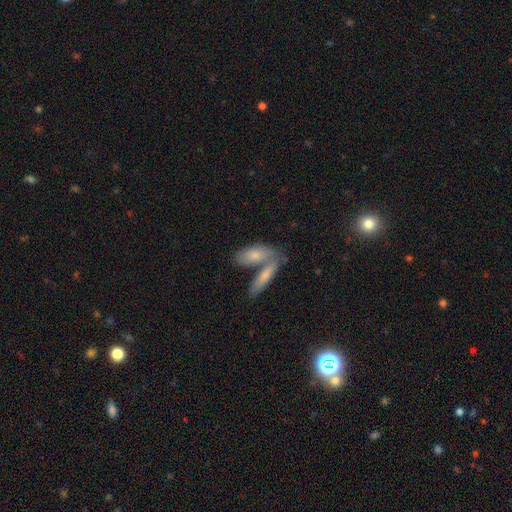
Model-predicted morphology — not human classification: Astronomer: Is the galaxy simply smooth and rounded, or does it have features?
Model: smooth — 67%.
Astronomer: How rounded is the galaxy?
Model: in between — 61%.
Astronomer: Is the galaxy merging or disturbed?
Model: merger — 45% (runner-up: none, 41%).